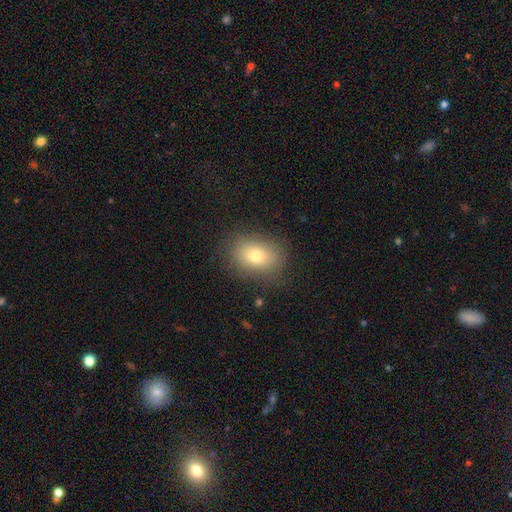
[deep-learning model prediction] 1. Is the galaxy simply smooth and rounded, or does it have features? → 75% smooth, 14% featured or disk, 12% star or artifact.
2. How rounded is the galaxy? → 68% in between, 31% round, 1% cigar-shaped.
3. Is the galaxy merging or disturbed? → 82% none, 12% minor disturbance, 5% major disturbance, 1% merger.